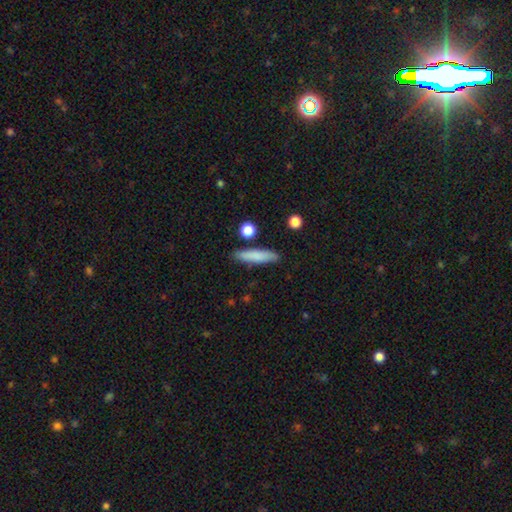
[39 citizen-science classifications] Morphology: type=smooth (92%); roundness=cigar-shaped (72%); merging=none (82%).